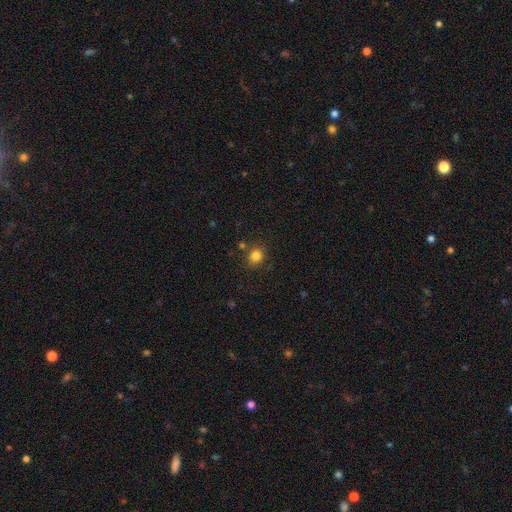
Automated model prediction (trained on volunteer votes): smooth-or-featured: smooth: 82% | star or artifact: 13% | featured or disk: 5%
  how-rounded: round: 78% | in between: 22% | cigar-shaped: 1%
  merging: none: 81% | minor disturbance: 10% | merger: 6% | major disturbance: 3%